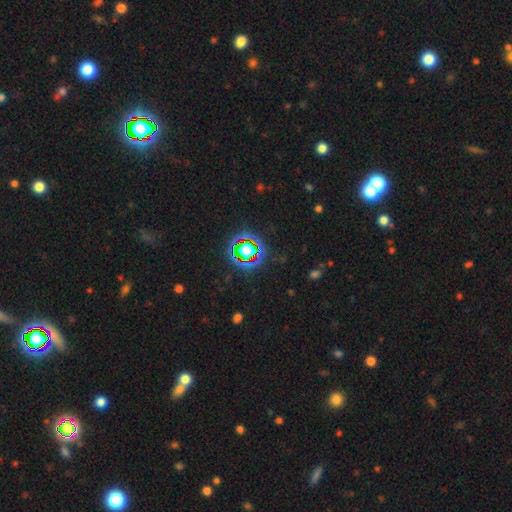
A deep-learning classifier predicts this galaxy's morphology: star or artifact 79%, smooth 13%, featured or disk 8%.